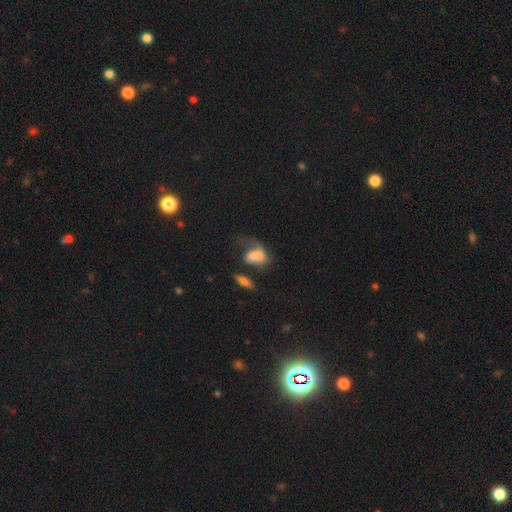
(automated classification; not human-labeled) Smooth or featured? smooth (59%)
How rounded? in between (81%)
Merging? major disturbance (36%)